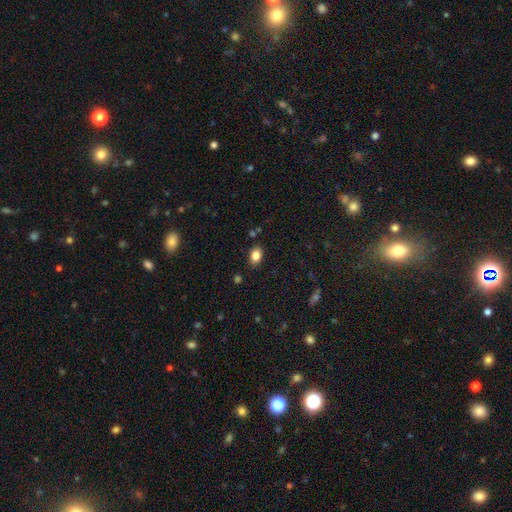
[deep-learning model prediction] Smooth or featured? Predicted: smooth (p=0.84). How rounded? Predicted: in between (p=0.78). Merging? Predicted: none (p=0.85).